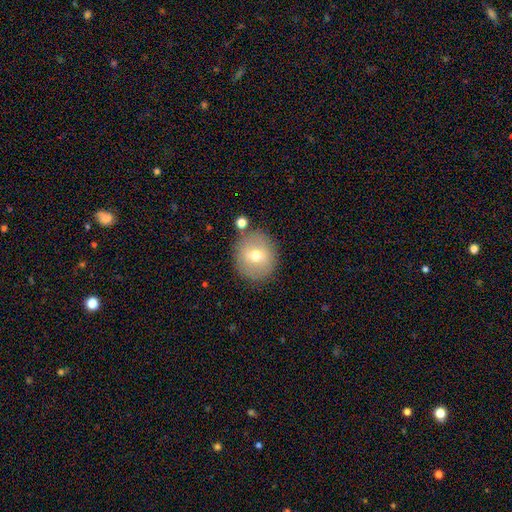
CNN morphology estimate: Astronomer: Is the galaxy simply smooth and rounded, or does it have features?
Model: smooth — 65%.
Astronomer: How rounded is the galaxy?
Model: round — 85%.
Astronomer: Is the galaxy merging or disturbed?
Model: none — 81%.